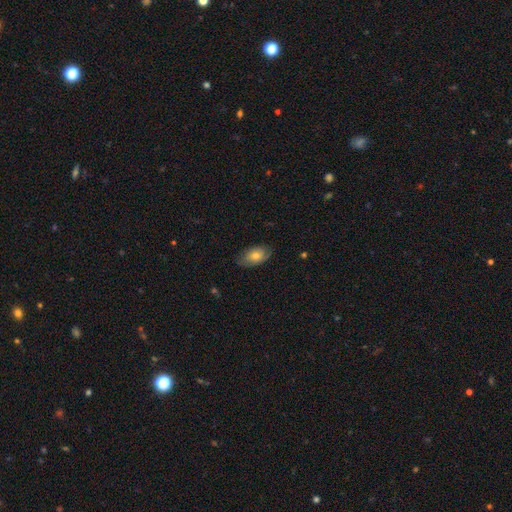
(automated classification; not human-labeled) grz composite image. It shows a smooth galaxy with no disk features (61%) that is in between round and cigar-shaped (90%). Merging: none (74%).